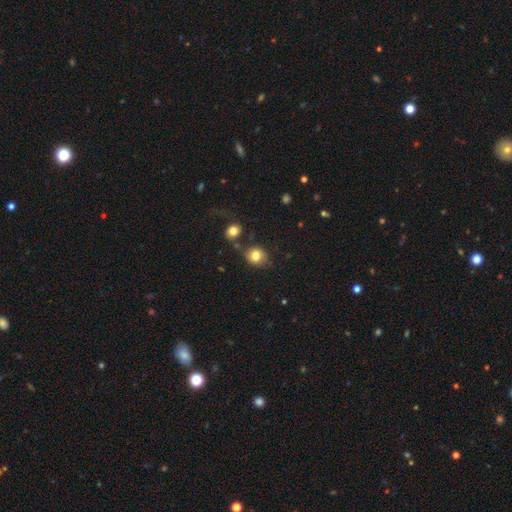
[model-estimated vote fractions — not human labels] Smooth or featured? smooth (81%)
How rounded? round (73%)
Merging? none (71%)